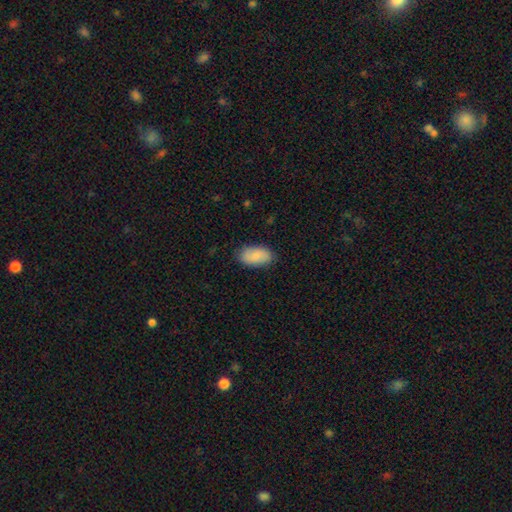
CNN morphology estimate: Overall: smooth (82%). How rounded: in between (94%). Merging: none (83%).